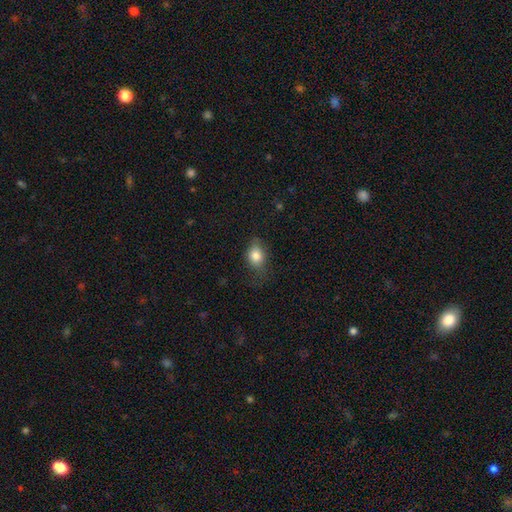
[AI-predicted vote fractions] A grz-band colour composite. It shows a smooth galaxy with no disk features (82%) that is in between round and cigar-shaped (65%). Merging: none (60%).